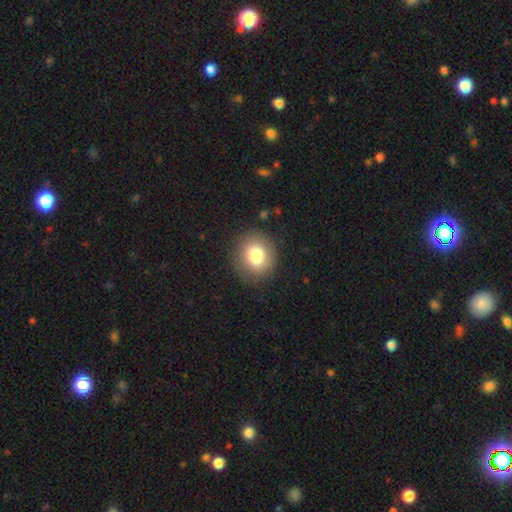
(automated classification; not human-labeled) Overall: smooth (80%). How rounded: round (75%). Merging: none (87%).